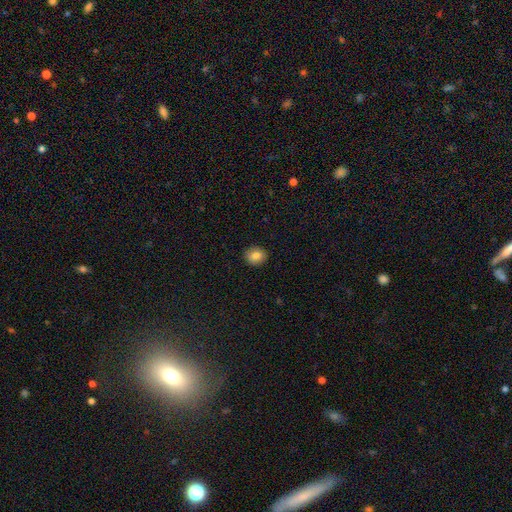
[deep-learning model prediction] A smooth galaxy with no disk features (83%) that is round (68%).

Vote fractions:
- Smooth or featured? smooth: 83% / star or artifact: 9% / featured or disk: 8%
- How rounded? round: 68% / in between: 31% / cigar-shaped: 1%
- Merging? none: 90% / minor disturbance: 7% / major disturbance: 2% / merger: 1%